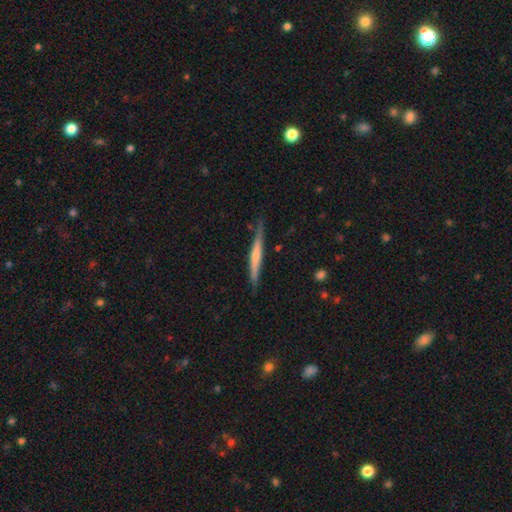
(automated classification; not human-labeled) Smooth or featured? featured or disk (66%)
Edge-on disk? yes (97%)
Edge-on bulge? rounded (62%)
Merging? none (84%)